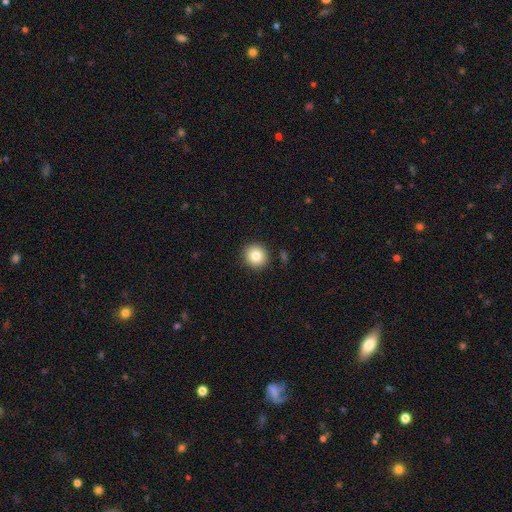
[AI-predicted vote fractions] A smooth galaxy with no disk features (82%) that is round (92%). Merging: none (90%).